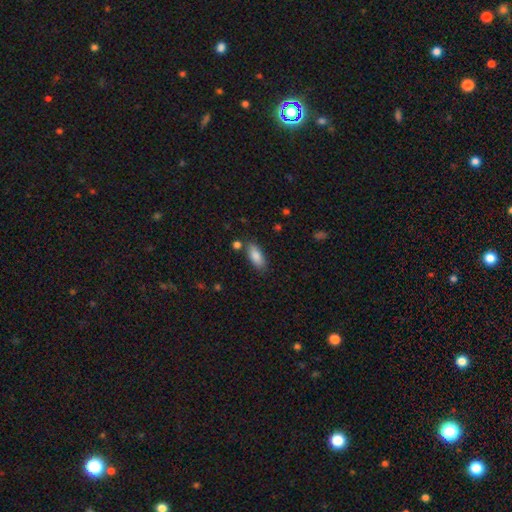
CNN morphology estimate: This appears to be a smooth galaxy with no disk features (86%) that is in between round and cigar-shaped (84%). Merging: none (79%).